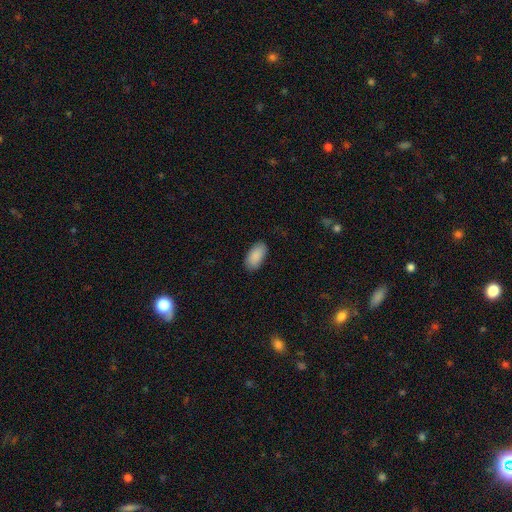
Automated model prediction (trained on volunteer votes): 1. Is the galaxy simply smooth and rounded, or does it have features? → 90% smooth, 6% star or artifact, 4% featured or disk.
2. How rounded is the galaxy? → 95% in between, 3% cigar-shaped, 3% round.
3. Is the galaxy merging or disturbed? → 86% none, 10% minor disturbance, 2% major disturbance, 1% merger.